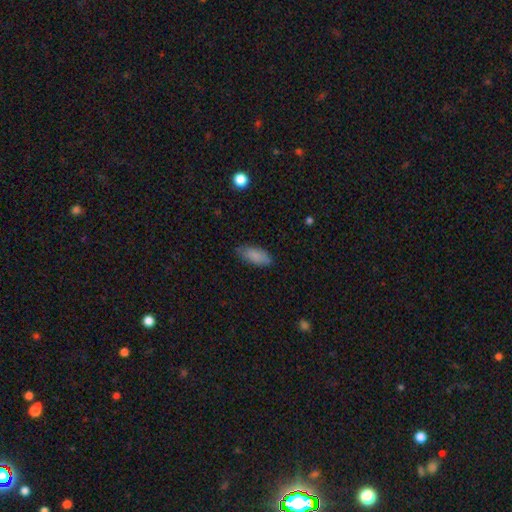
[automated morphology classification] type=smooth (85%); roundness=in between (84%); merging=none (77%).